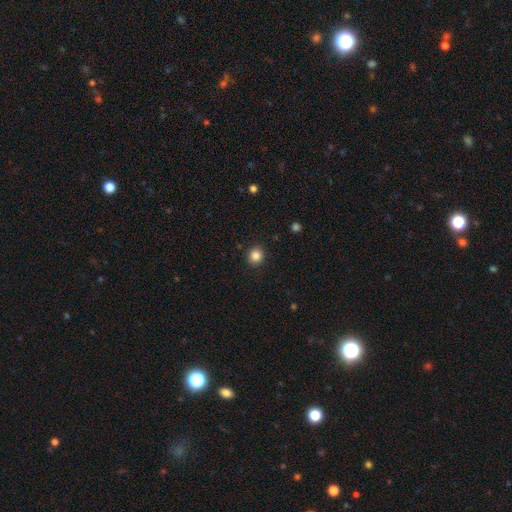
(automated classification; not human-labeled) This is clearly a smooth galaxy (85%). How rounded: clearly round (86%). Merging: clearly none (91%).